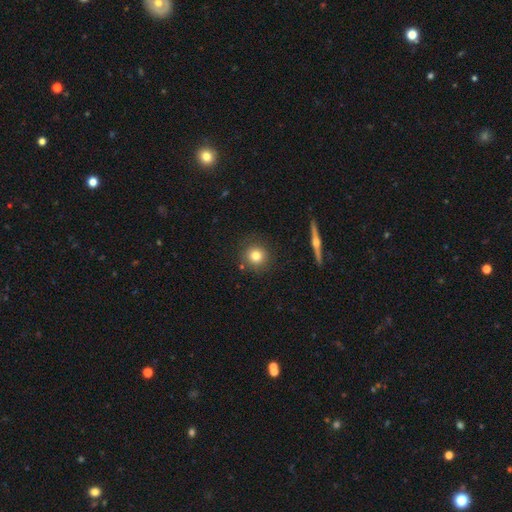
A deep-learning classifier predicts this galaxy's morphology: Smooth or featured: smooth — 77% (featured or disk — 12%)
How rounded: round — 93% (in between — 5%)
Merging: none — 87% (minor disturbance — 8%)